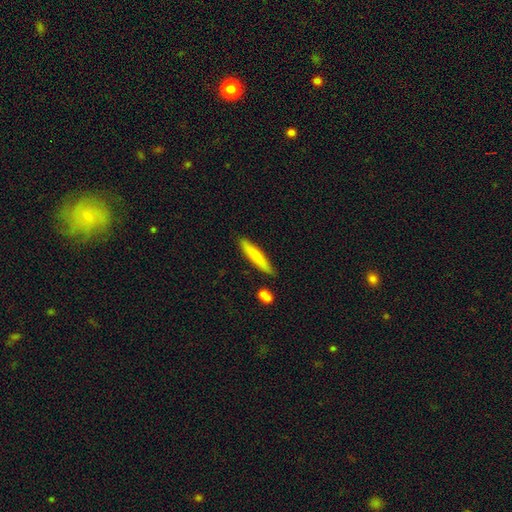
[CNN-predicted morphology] Smooth or featured: smooth — 75% (featured or disk — 20%)
How rounded: cigar-shaped — 91% (in between — 8%)
Merging: none — 86% (minor disturbance — 10%)